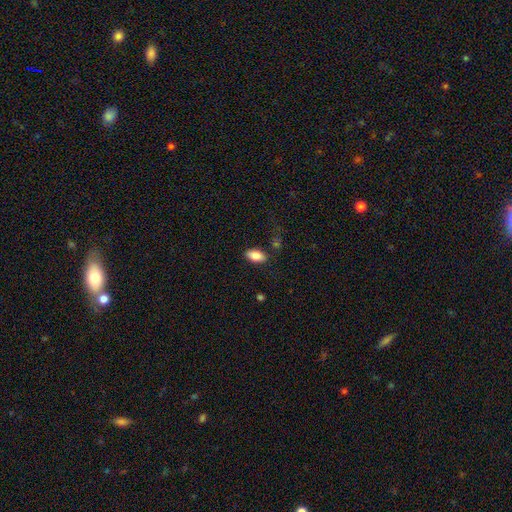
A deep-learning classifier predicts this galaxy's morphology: Smooth or featured: smooth — 83% (featured or disk — 10%)
How rounded: in between — 91% (cigar-shaped — 5%)
Merging: none — 84% (minor disturbance — 11%)